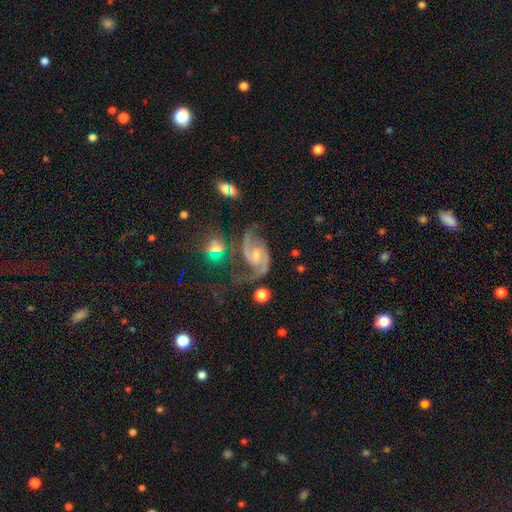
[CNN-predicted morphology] type=featured or disk (89%); edge-on=no (98%); bar=weak (47%); spiral arms=yes (98%); winding=medium (58%); arm count=2 (92%); bulge=small (55%); merging=none (58%).